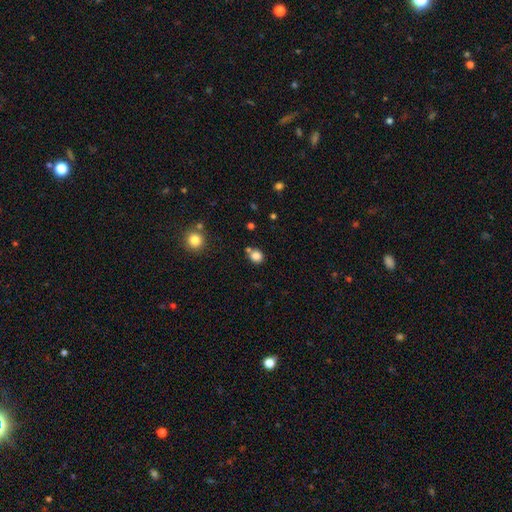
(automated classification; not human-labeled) Smooth or featured? Predicted: smooth (p=0.83). How rounded? Predicted: round (p=0.74). Merging? Predicted: none (p=0.67).